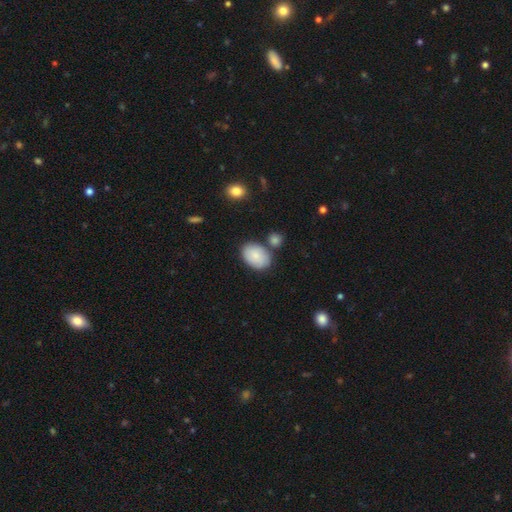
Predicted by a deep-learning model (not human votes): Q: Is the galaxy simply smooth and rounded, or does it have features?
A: smooth — 84%.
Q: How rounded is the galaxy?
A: in between — 85%.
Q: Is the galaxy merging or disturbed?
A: none — 69%.